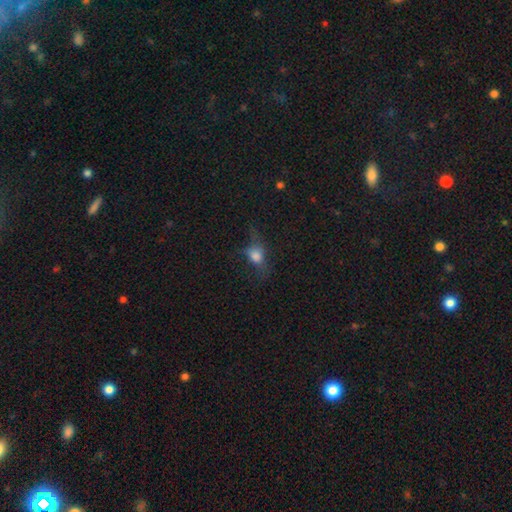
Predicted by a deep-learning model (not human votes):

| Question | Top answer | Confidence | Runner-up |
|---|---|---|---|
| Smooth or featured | smooth | 64% | featured or disk (21%) |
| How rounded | in between | 56% | round (38%) |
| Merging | none | 44% | major disturbance (31%) |